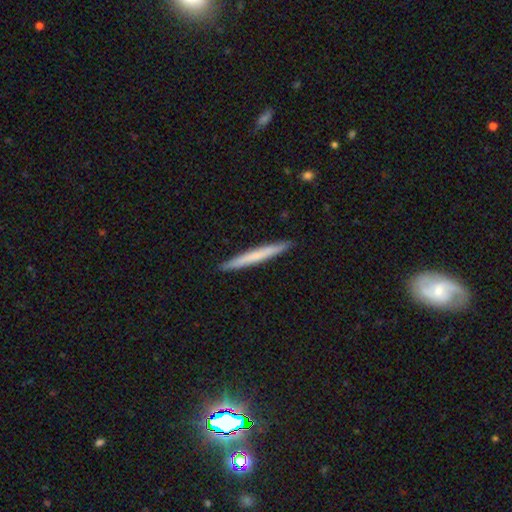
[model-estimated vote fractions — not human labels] Smooth or featured? Predicted: smooth (p=0.63). How rounded? Predicted: cigar-shaped (p=0.97). Merging? Predicted: none (p=0.93).